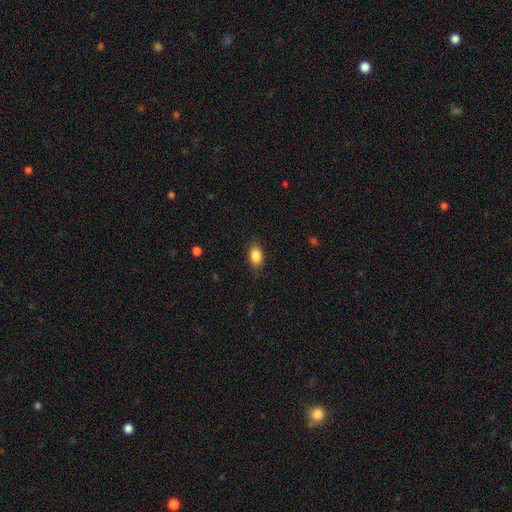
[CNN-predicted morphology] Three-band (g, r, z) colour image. It shows a smooth galaxy with no disk features (88%) that is in between round and cigar-shaped (88%). Merging: none (85%).